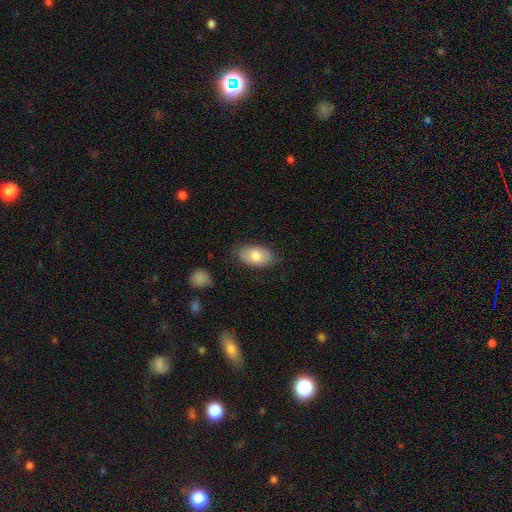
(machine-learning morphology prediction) The model was most divided on "smooth or featured": smooth: 79%, featured or disk: 15%, star or artifact: 6%. More confident: how rounded — in between (94%); merging — none (79%).